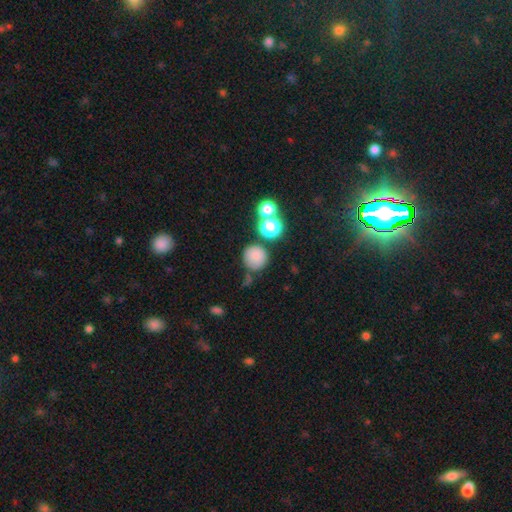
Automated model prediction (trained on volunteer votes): smooth-or-featured: smooth: 78% | star or artifact: 14% | featured or disk: 8%
  how-rounded: round: 92% | in between: 7% | cigar-shaped: 1%
  merging: none: 68% | minor disturbance: 14% | merger: 13% | major disturbance: 5%